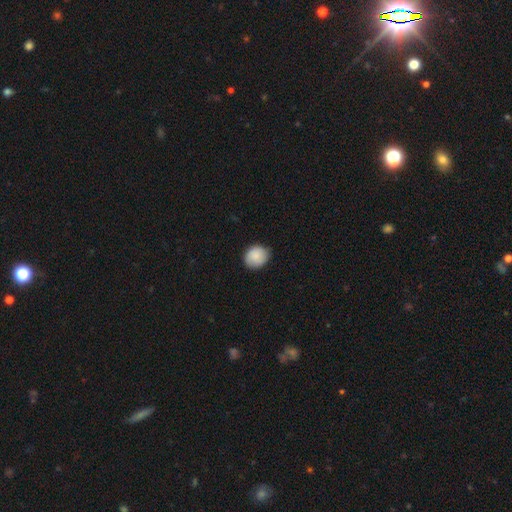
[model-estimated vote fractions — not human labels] A smooth galaxy with no disk features (87%) that is round (63%). Merging: none (79%).